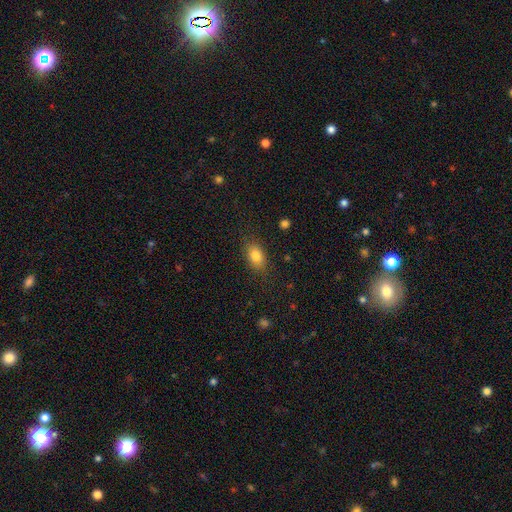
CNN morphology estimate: A smooth galaxy with no disk features (82%) that is in between round and cigar-shaped (83%). Merging: none (81%).